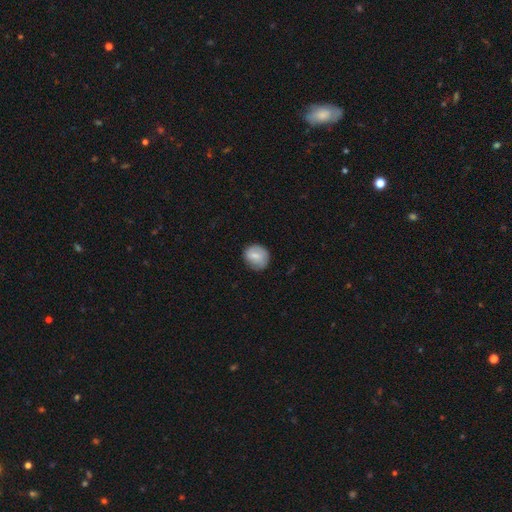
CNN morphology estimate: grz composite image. It shows a smooth galaxy with no disk features (75%) that is round (77%). Merging: none (77%).